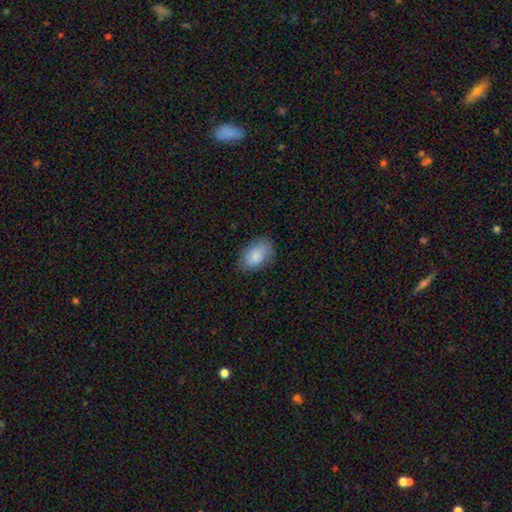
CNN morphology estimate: The model was most divided on "merging": none: 77%, minor disturbance: 17%, major disturbance: 5%, merger: 1%. More confident: how rounded — in between (90%); smooth or featured — smooth (85%).